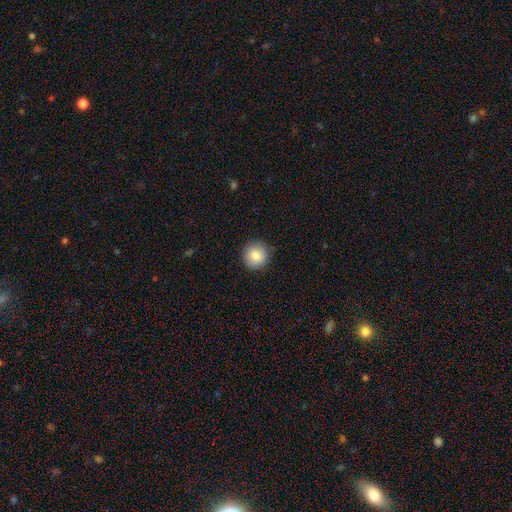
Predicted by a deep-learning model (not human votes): smooth 83%, featured or disk 9%, star or artifact 8%. Down the decision tree: how rounded — round (93%); merging — none (89%).